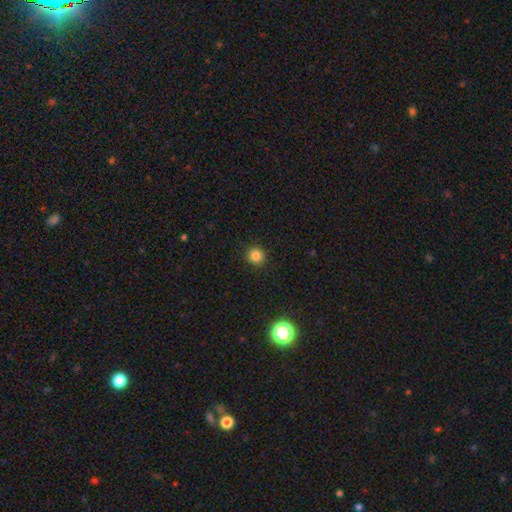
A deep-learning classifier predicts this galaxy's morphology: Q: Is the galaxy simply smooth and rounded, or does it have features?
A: smooth — 84%.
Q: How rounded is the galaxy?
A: round — 92%.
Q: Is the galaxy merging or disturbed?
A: none — 92%.